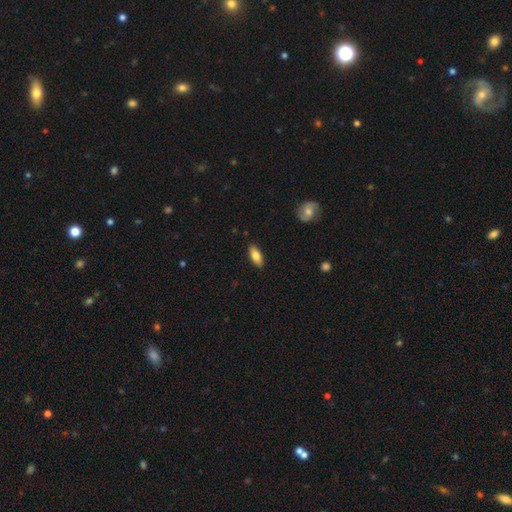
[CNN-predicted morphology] Overall: smooth (79%). How rounded: in between (84%). Merging: none (88%).